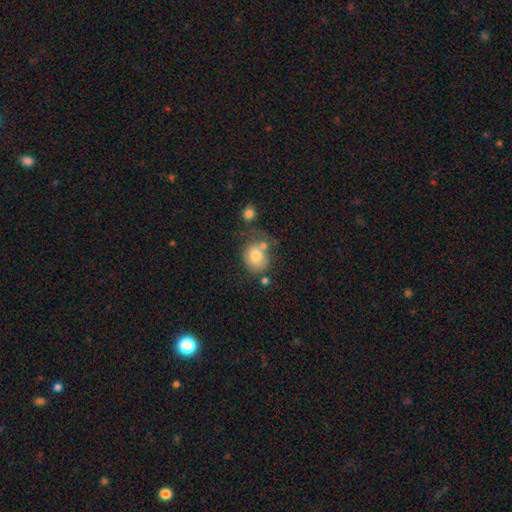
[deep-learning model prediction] smooth_or_featured: smooth (p=0.76) [alt: featured or disk p=0.15]
how_rounded: round (p=0.64) [alt: in between p=0.35]
merging: none (p=0.43) [alt: merger p=0.26]